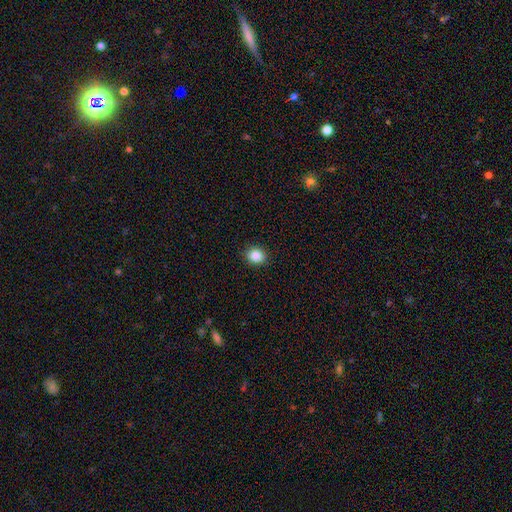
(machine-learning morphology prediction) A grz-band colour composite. It shows a smooth galaxy with no disk features (85%) that is round (74%). Merging: none (91%).